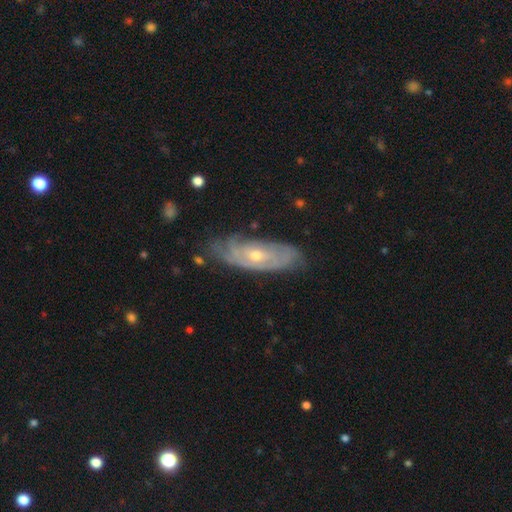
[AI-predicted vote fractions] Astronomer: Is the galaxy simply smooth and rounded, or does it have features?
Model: featured or disk — 82%.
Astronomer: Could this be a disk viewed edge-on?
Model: no — 87%.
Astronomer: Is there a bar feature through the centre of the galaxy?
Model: no — 66%.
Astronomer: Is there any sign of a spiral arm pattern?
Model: yes — 92%.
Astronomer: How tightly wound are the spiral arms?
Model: tight — 69%.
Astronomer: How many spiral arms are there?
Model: can't tell — 45% (runner-up: 2, 23%).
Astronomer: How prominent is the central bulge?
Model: moderate — 49% (runner-up: small, 48%).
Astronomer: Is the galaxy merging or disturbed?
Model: none — 69%.